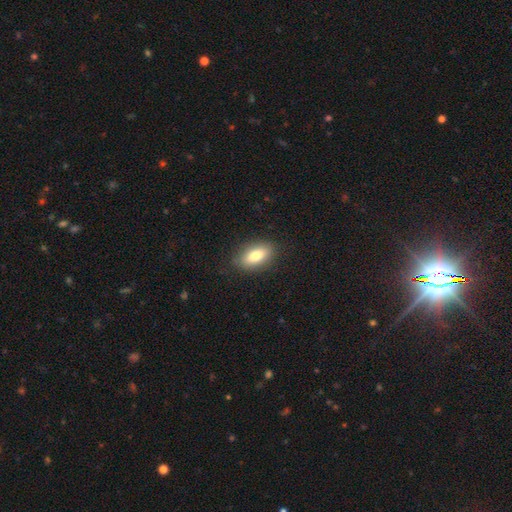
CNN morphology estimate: Smooth or featured: smooth — 79% (featured or disk — 14%)
How rounded: in between — 86% (cigar-shaped — 9%)
Merging: none — 85% (minor disturbance — 11%)